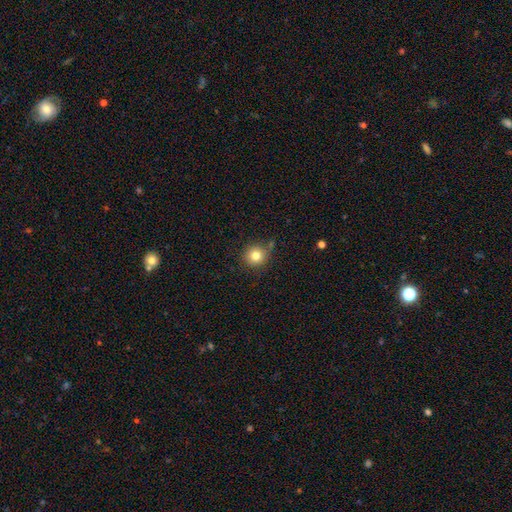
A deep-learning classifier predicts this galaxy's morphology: Smooth or featured?
  - smooth: 80% *
  - star or artifact: 12%
  - featured or disk: 8%
How rounded?
  - round: 92% *
  - in between: 7%
  - cigar-shaped: 1%
Merging?
  - none: 78% *
  - minor disturbance: 13%
  - merger: 5%
  - major disturbance: 3%